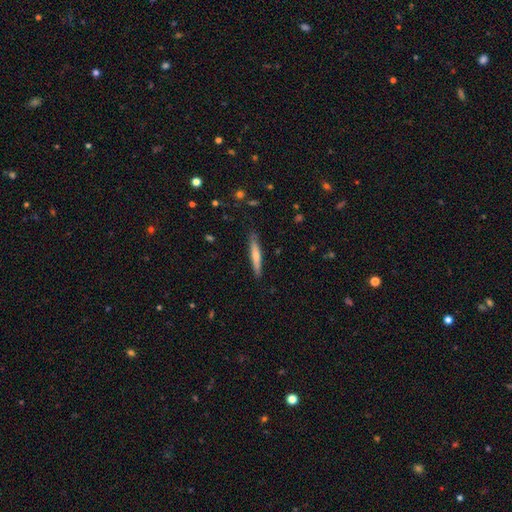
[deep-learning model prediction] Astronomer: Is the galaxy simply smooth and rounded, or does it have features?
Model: smooth — 60%.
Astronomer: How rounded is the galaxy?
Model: cigar-shaped — 93%.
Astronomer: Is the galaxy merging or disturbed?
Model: none — 87%.